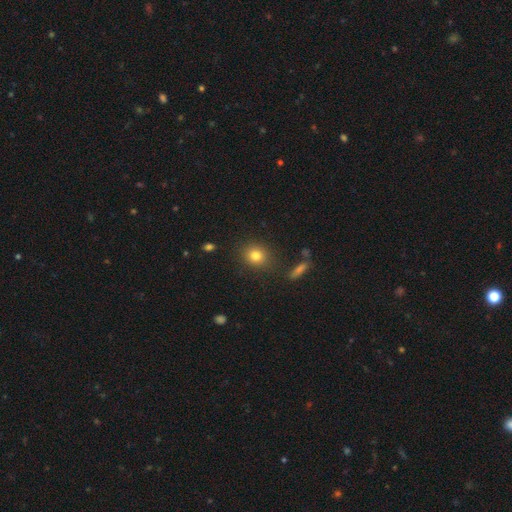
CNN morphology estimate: This appears to be a smooth galaxy with no disk features (81%) that is round (76%). Merging: none (85%).